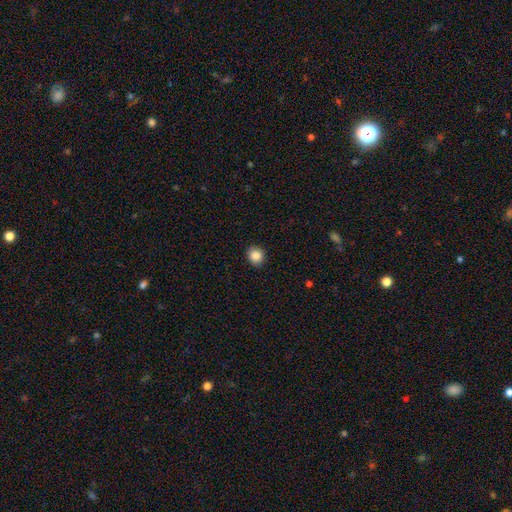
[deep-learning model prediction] A smooth galaxy with no disk features (86%) that is round (79%). Merging: none (91%).